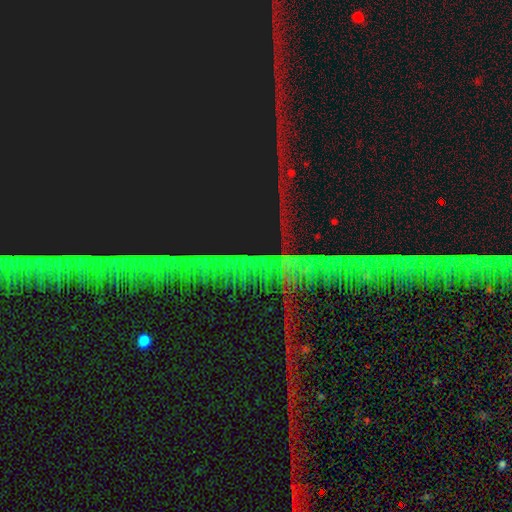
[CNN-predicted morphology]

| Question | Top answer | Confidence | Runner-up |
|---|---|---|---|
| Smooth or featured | star or artifact | 85% | featured or disk (8%) |